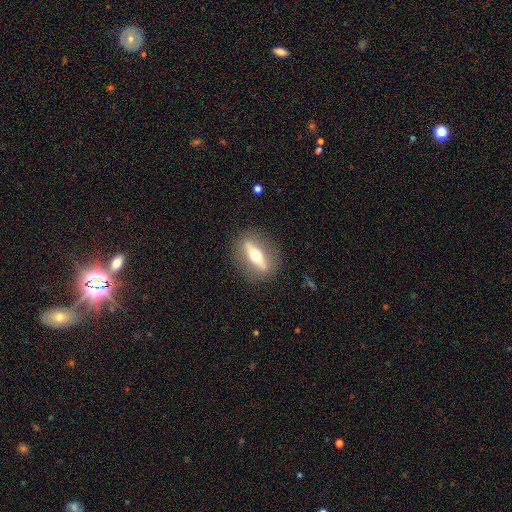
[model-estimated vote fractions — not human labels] A featured or disk galaxy (62%) viewed edge-on (71%).

Vote fractions:
- Smooth or featured? featured or disk: 62% / smooth: 31% / star or artifact: 7%
- Edge-on disk? yes: 71% / no: 29%
- Merging? none: 85% / minor disturbance: 9% / major disturbance: 4% / merger: 1%